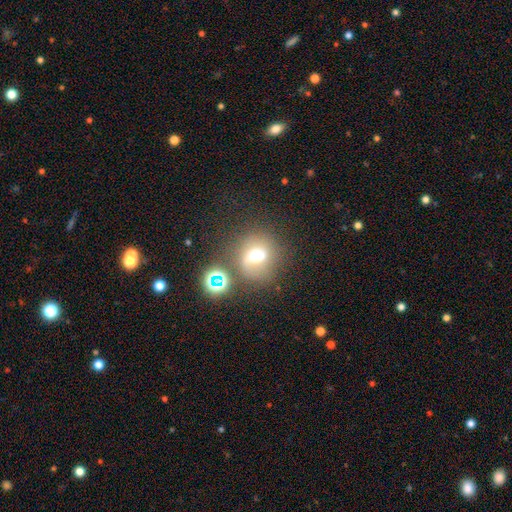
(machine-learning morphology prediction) type=smooth (47%); merging=none (60%).